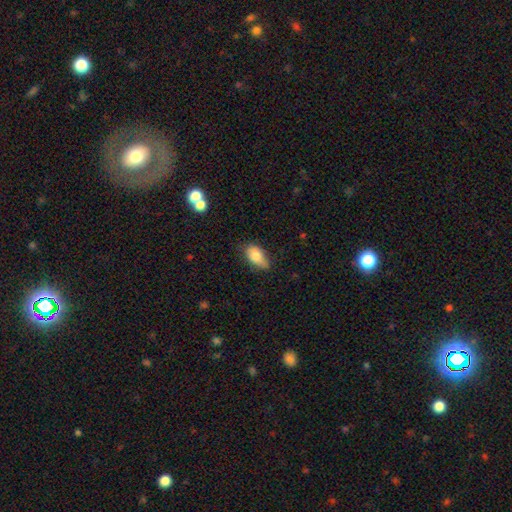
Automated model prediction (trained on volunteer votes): The model was most divided on "merging": none: 60%, minor disturbance: 31%, major disturbance: 6%, merger: 2%. More confident: how rounded — in between (90%); smooth or featured — smooth (81%).